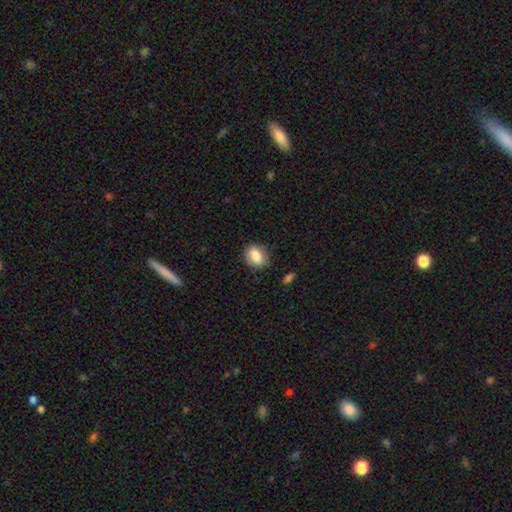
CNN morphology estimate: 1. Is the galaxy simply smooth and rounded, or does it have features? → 82% smooth, 11% featured or disk, 8% star or artifact.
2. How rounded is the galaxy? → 57% in between, 41% round, 2% cigar-shaped.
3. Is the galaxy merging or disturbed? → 84% none, 12% minor disturbance, 3% major disturbance, 1% merger.